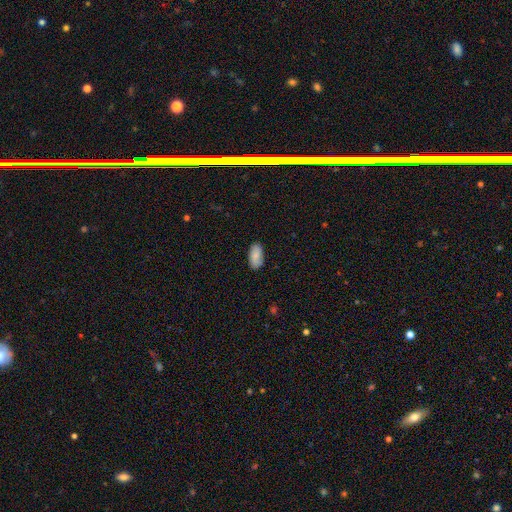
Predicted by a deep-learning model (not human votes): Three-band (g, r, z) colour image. It shows a smooth galaxy with no disk features (84%) that is in between round and cigar-shaped (93%). Merging: none (84%).